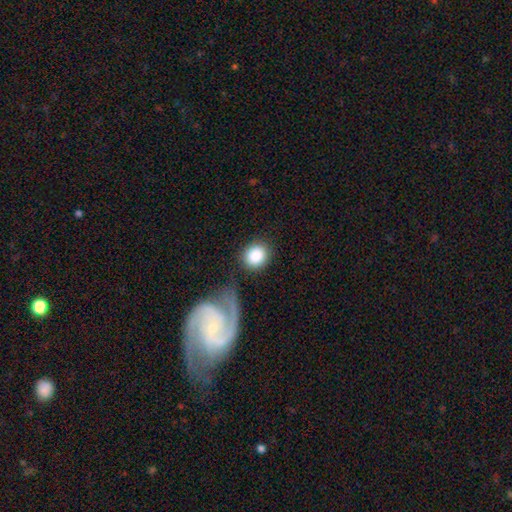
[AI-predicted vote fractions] A smooth galaxy with no disk features (87%) that is round (78%). Merging: none (74%).